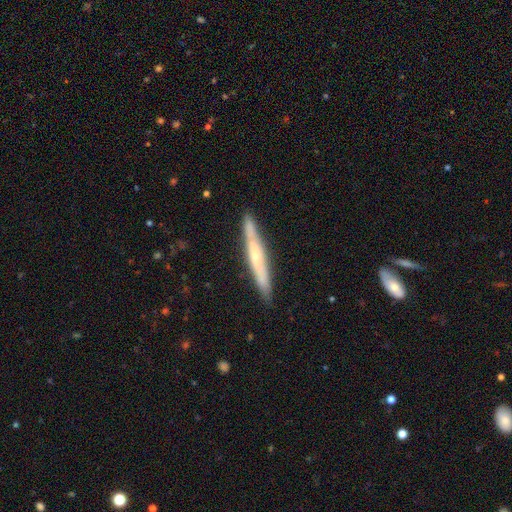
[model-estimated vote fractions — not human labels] This is possibly a featured or disk galaxy (56%). It is clearly viewed edge-on (91%). Edge-on bulge: possibly none (49%). Merging: clearly none (87%).